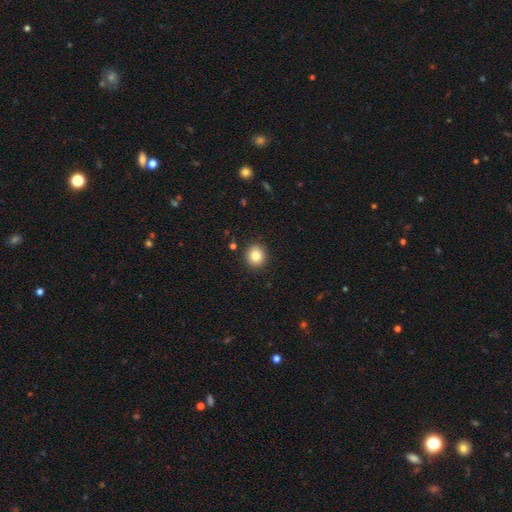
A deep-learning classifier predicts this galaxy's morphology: Q: Smooth or featured?
A: smooth (83%); runner-up: star or artifact (10%)
Q: How rounded?
A: round (88%); runner-up: in between (11%)
Q: Merging?
A: none (91%); runner-up: minor disturbance (6%)